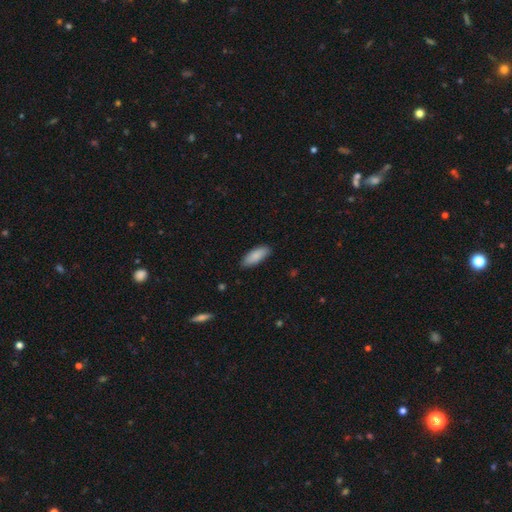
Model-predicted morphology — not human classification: A smooth galaxy with no disk features (88%) that is in between round and cigar-shaped (73%). Merging: none (87%).